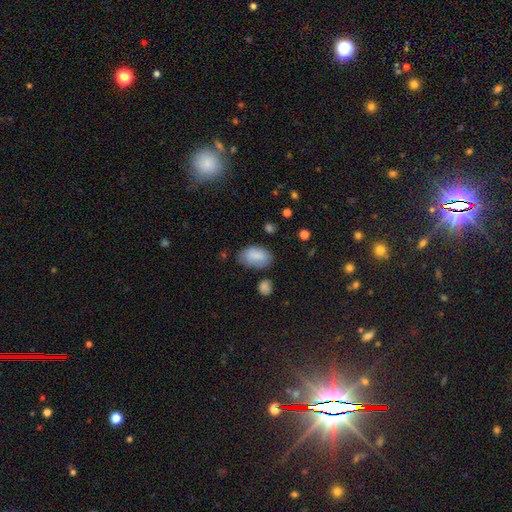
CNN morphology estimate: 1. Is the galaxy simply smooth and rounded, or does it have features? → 84% smooth, 9% featured or disk, 7% star or artifact.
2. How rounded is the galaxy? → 93% in between, 5% round, 2% cigar-shaped.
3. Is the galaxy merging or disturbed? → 68% none, 23% minor disturbance, 6% major disturbance, 4% merger.